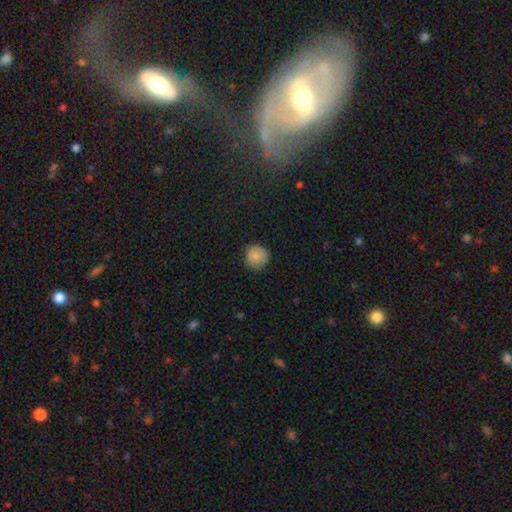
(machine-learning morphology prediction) Smooth or featured?
  - smooth: 86% *
  - star or artifact: 9%
  - featured or disk: 5%
How rounded?
  - round: 92% *
  - in between: 7%
  - cigar-shaped: 1%
Merging?
  - none: 85% *
  - minor disturbance: 12%
  - major disturbance: 3%
  - merger: 1%